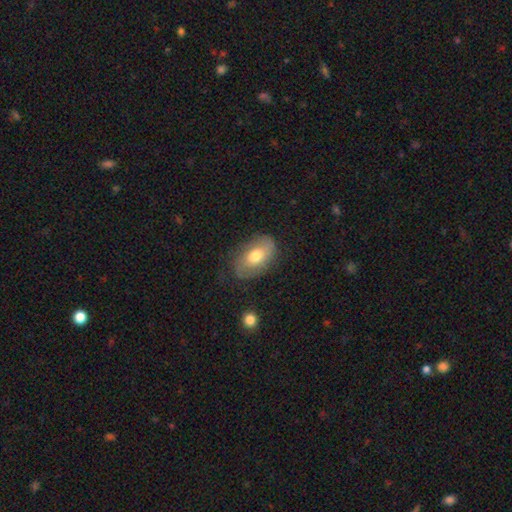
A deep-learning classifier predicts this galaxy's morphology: Smooth or featured? smooth (57%)
How rounded? in between (89%)
Merging? none (68%)